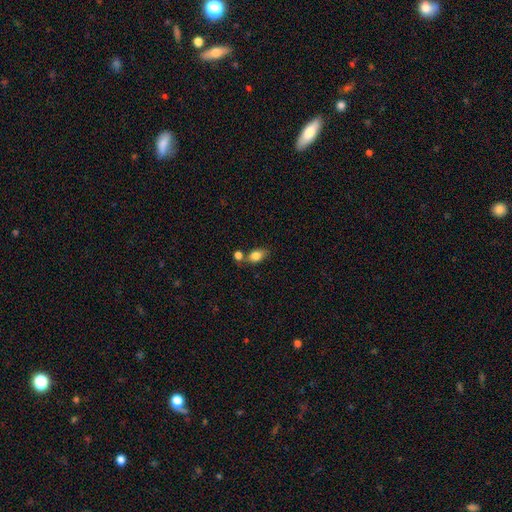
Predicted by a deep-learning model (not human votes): Smooth or featured: smooth — 82% (featured or disk — 10%)
How rounded: in between — 81% (round — 15%)
Merging: none — 58% (merger — 23%)